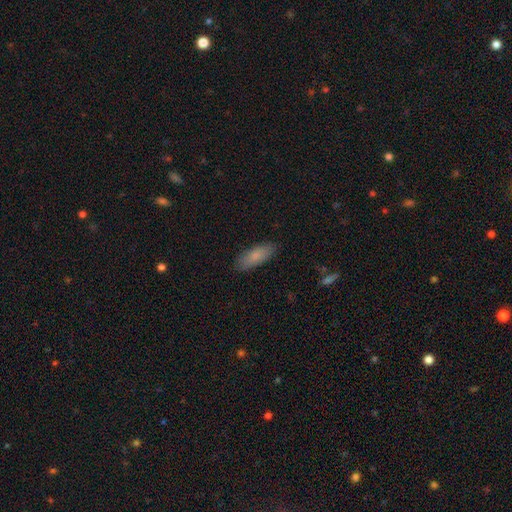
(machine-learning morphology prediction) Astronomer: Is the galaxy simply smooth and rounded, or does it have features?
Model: smooth — 83%.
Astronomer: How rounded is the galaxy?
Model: in between — 71%.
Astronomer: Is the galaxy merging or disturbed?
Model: none — 86%.